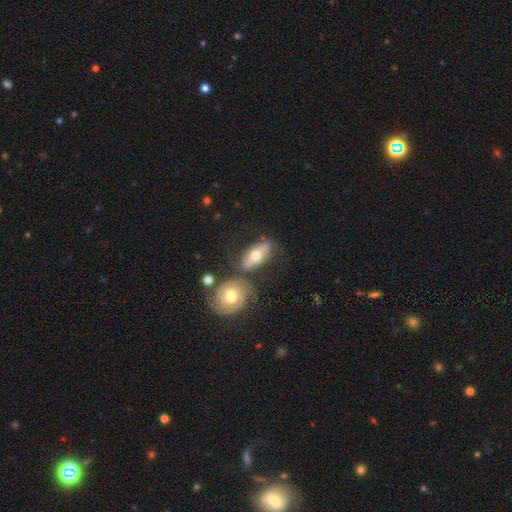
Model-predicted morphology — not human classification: Q: Smooth or featured?
A: featured or disk (49%); runner-up: smooth (44%)
Q: Merging?
A: none (51%); runner-up: merger (25%)